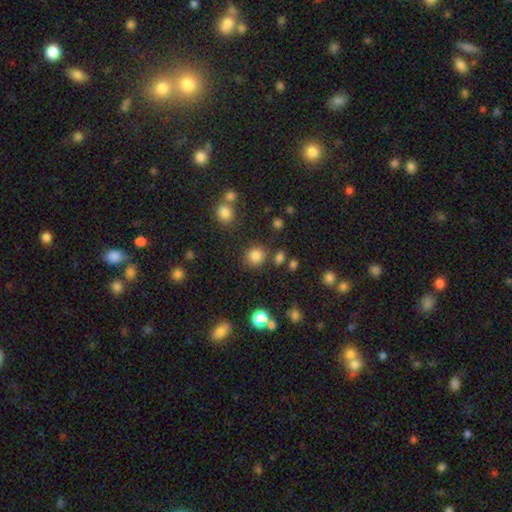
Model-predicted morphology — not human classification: smooth_or_featured: smooth (p=0.83) [alt: star or artifact p=0.13]
how_rounded: round (p=0.87) [alt: in between p=0.12]
merging: none (p=0.81) [alt: minor disturbance p=0.09]